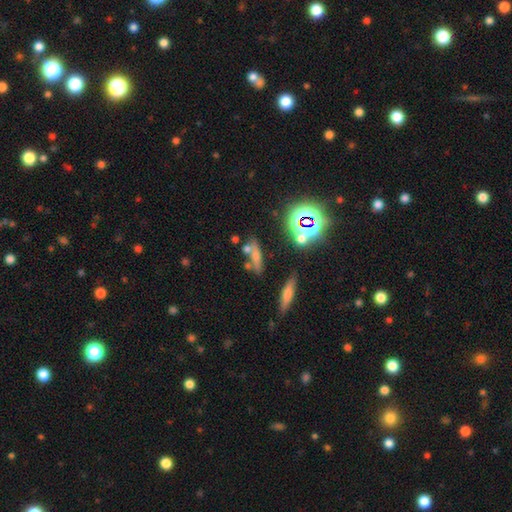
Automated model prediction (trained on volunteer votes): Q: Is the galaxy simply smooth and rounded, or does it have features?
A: smooth — 55%.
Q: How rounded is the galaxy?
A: cigar-shaped — 59%.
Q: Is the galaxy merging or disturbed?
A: none — 57%.